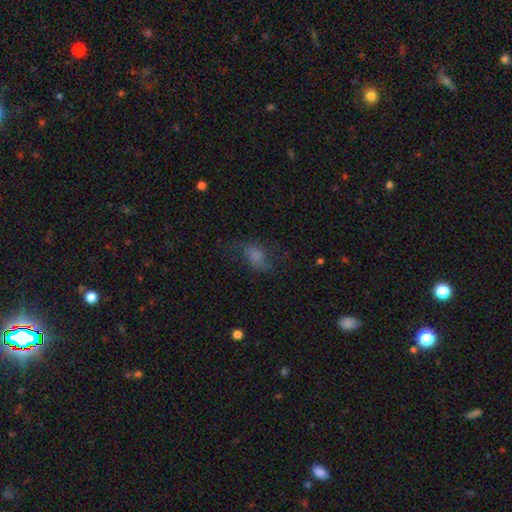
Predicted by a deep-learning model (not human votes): smooth-or-featured: smooth: 64% | featured or disk: 21% | star or artifact: 15%
  how-rounded: in between: 83% | round: 14% | cigar-shaped: 3%
  merging: none: 48% | major disturbance: 26% | minor disturbance: 24% | merger: 2%